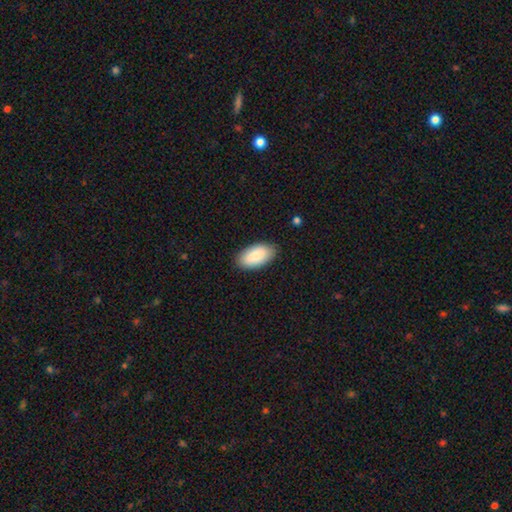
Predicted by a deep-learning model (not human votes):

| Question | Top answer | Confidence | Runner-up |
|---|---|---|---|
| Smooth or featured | smooth | 85% | featured or disk (9%) |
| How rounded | in between | 95% | cigar-shaped (3%) |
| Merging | none | 86% | minor disturbance (10%) |